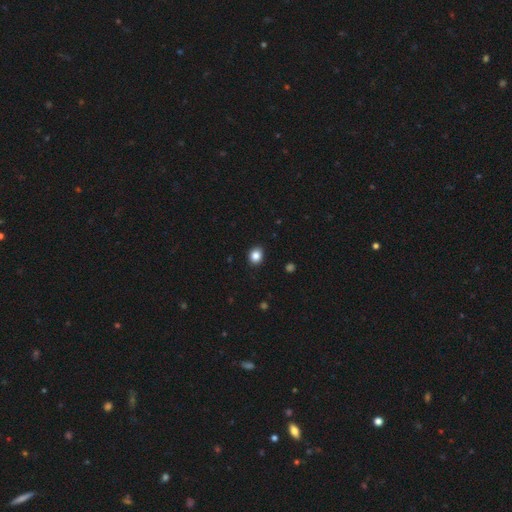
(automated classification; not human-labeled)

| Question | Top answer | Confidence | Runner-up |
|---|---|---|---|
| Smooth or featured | smooth | 86% | star or artifact (10%) |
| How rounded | round | 57% | in between (42%) |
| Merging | none | 90% | minor disturbance (7%) |